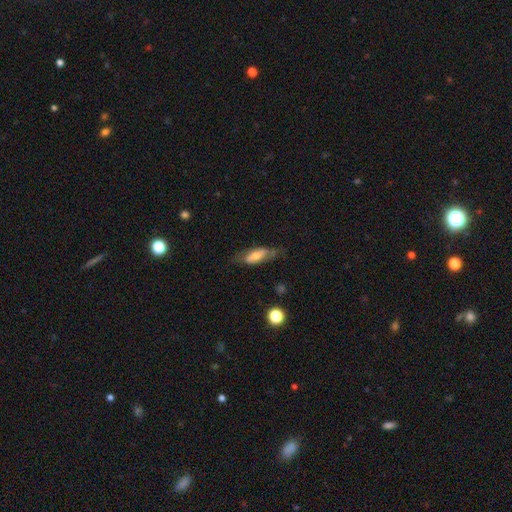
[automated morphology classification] Smooth or featured?
  - smooth: 49% *
  - featured or disk: 44%
  - star or artifact: 7%
Merging?
  - none: 67% *
  - minor disturbance: 22%
  - major disturbance: 9%
  - merger: 2%